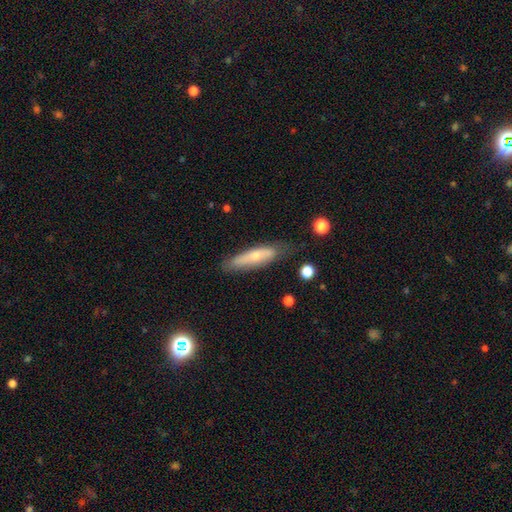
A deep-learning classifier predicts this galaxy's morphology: Smooth or featured?
  - smooth: 50% *
  - featured or disk: 43%
  - star or artifact: 7%
Merging?
  - none: 72% *
  - minor disturbance: 21%
  - major disturbance: 5%
  - merger: 2%